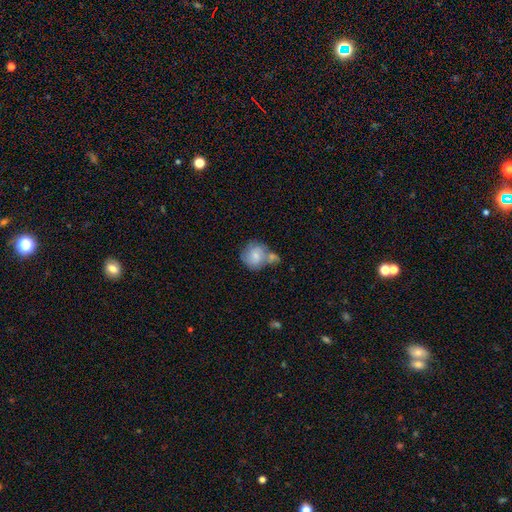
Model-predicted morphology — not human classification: This appears to be a smooth galaxy with no disk features (64%) that is round (77%). Merging: merger (43%).